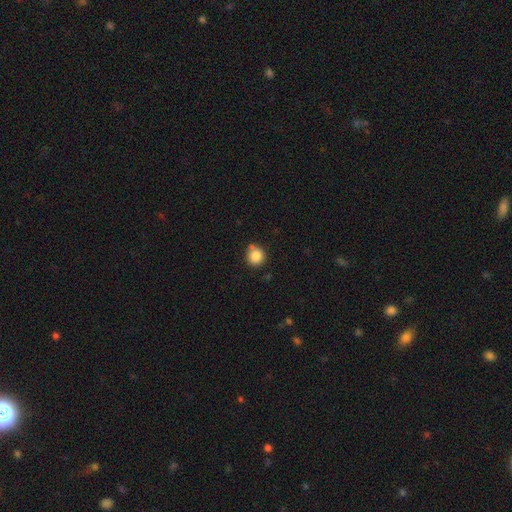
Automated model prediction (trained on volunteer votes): The model was most divided on "merging": none: 67%, minor disturbance: 20%, merger: 9%, major disturbance: 4%. More confident: how rounded — round (89%); smooth or featured — smooth (86%).